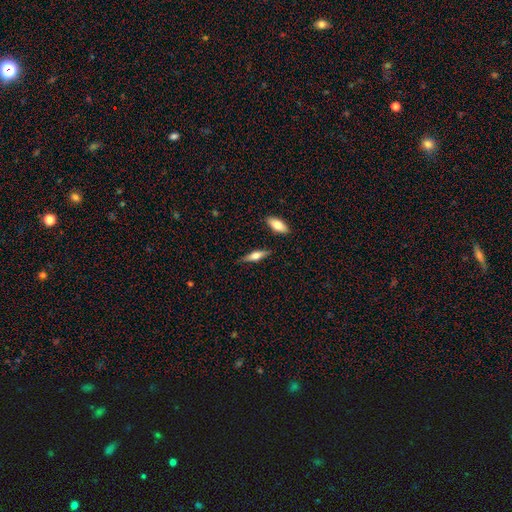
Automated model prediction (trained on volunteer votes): smooth-or-featured: smooth: 52% | featured or disk: 42% | star or artifact: 6%
  how-rounded: cigar-shaped: 56% | in between: 41% | round: 3%
  merging: none: 83% | minor disturbance: 11% | merger: 3% | major disturbance: 3%